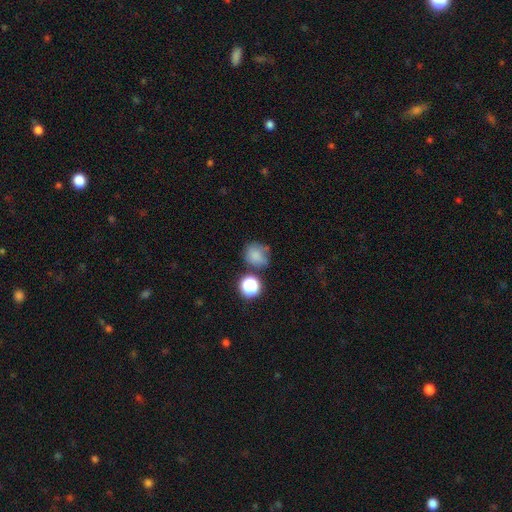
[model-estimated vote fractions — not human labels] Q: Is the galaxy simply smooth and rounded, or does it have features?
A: smooth — 76%.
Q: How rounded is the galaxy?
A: round — 71%.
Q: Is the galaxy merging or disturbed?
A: none — 56%.